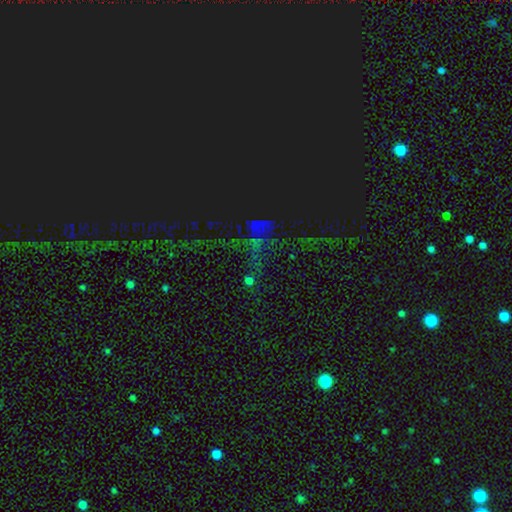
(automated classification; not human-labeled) This appears to be a star or artifact, not a galaxy (73%).